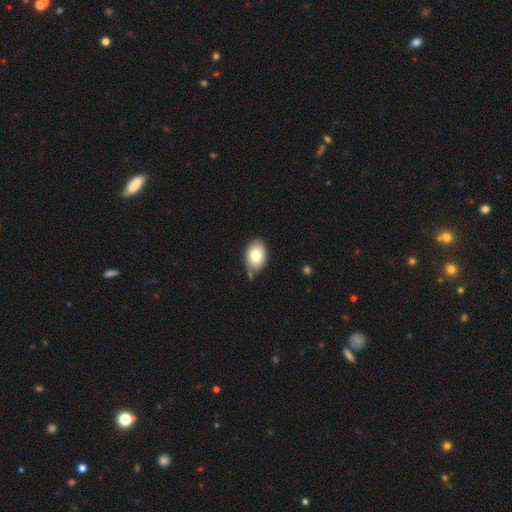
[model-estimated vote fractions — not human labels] smooth_or_featured: smooth (p=0.78) [alt: featured or disk p=0.14]
how_rounded: in between (p=0.81) [alt: round p=0.18]
merging: none (p=0.68) [alt: minor disturbance p=0.23]